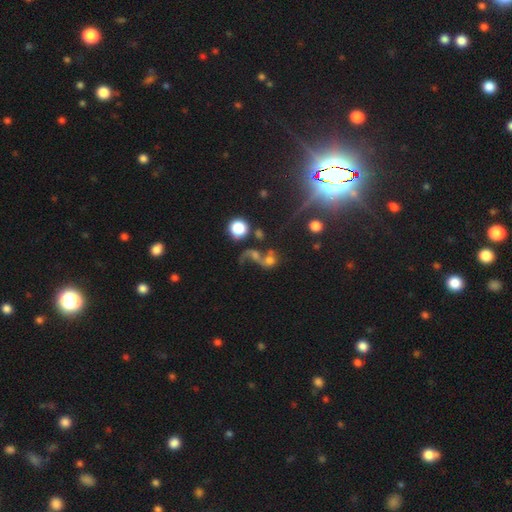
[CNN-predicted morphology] smooth_or_featured: featured or disk (p=0.41) [alt: star or artifact p=0.31]
merging: merger (p=0.41) [alt: none p=0.29]